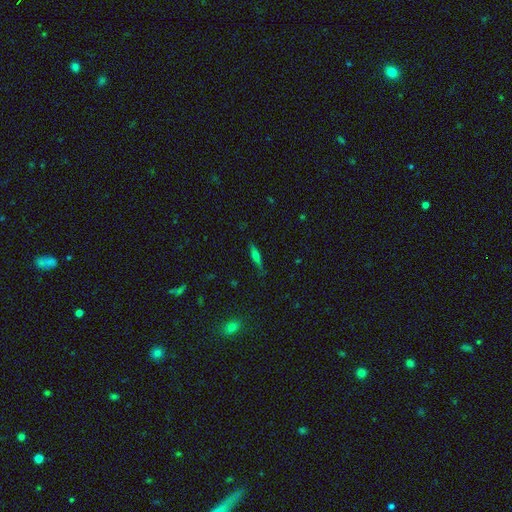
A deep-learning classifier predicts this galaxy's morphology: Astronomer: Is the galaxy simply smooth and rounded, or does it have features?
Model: featured or disk — 47% (runner-up: smooth, 43%).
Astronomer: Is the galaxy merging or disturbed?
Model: none — 84%.